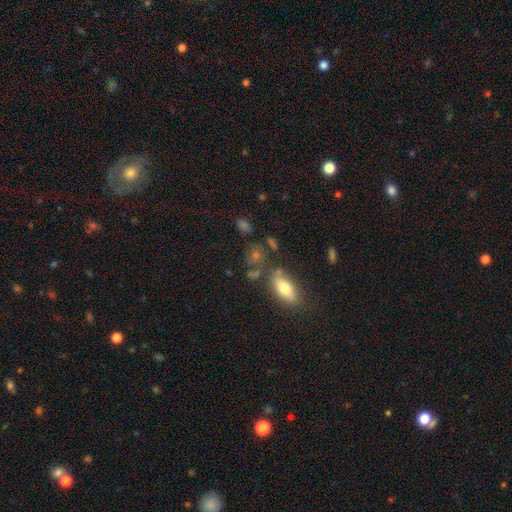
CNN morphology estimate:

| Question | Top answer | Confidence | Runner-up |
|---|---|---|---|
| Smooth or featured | smooth | 57% | featured or disk (22%) |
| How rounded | in between | 65% | round (22%) |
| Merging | none | 61% | minor disturbance (16%) |